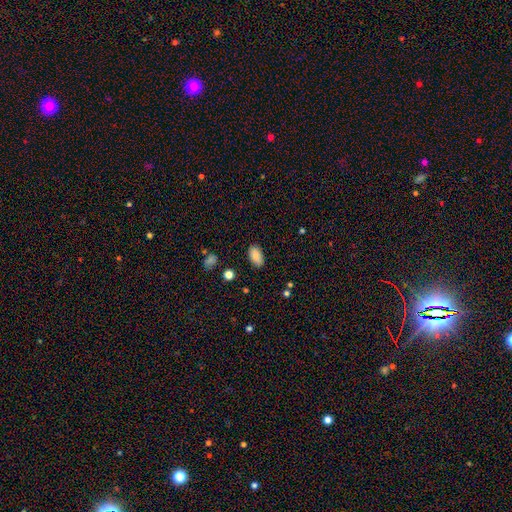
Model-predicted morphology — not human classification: A smooth galaxy with no disk features (87%) that is in between round and cigar-shaped (94%). Merging: none (86%).